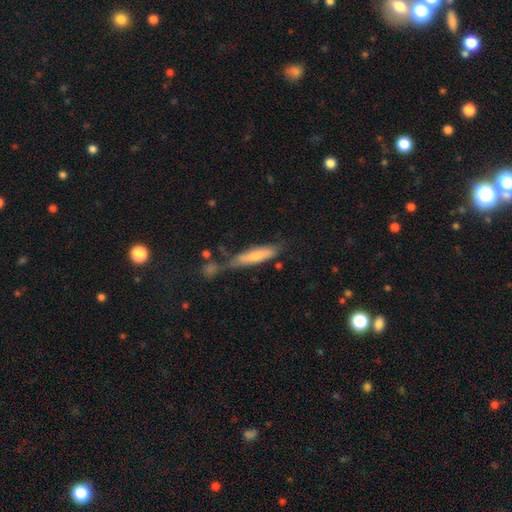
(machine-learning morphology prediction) The model was most divided on "merging": none: 46%, minor disturbance: 24%, merger: 18%, major disturbance: 12%. More confident: how rounded — cigar-shaped (75%); smooth or featured — smooth (68%).